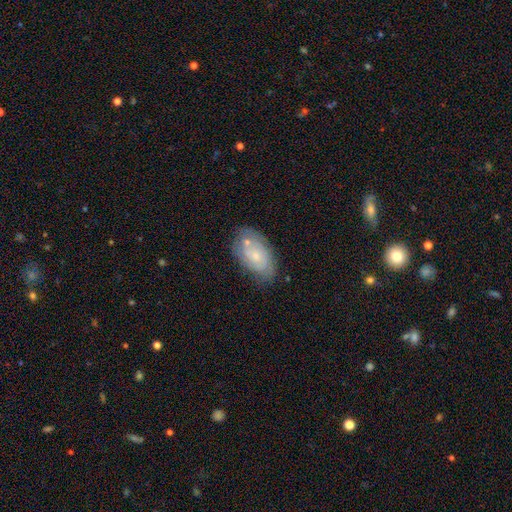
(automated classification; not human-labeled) The model was most divided on "smooth or featured": featured or disk: 47%, smooth: 45%, star or artifact: 7%. More confident: merging — none (63%).